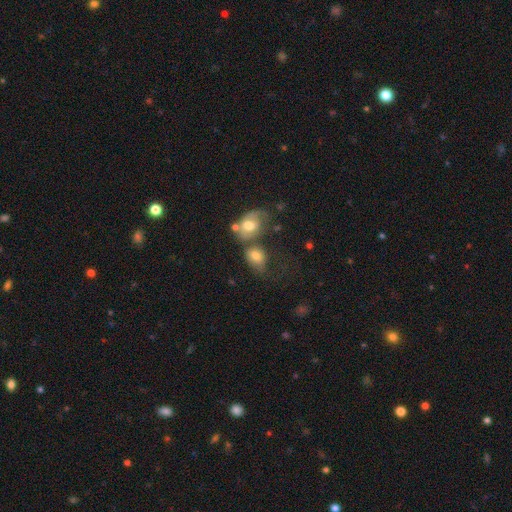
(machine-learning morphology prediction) This is likely a smooth galaxy (69%). How rounded: likely in between (71%). Merging: marginally merger (42%).